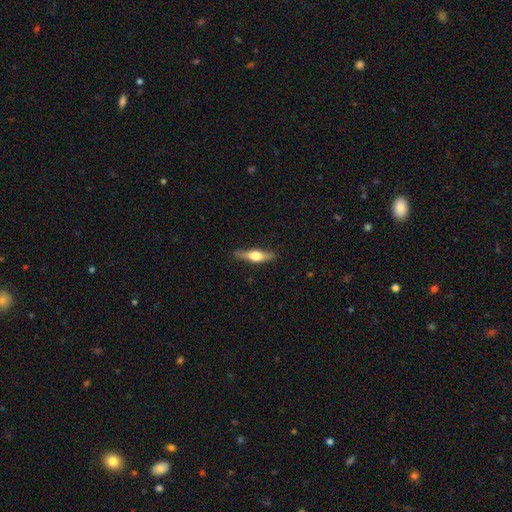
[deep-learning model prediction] Q: Smooth or featured?
A: featured or disk (55%); runner-up: smooth (39%)
Q: Edge-on disk?
A: yes (94%); runner-up: no (6%)
Q: Edge-on bulge?
A: rounded (93%); runner-up: boxy (5%)
Q: Merging?
A: none (83%); runner-up: minor disturbance (13%)